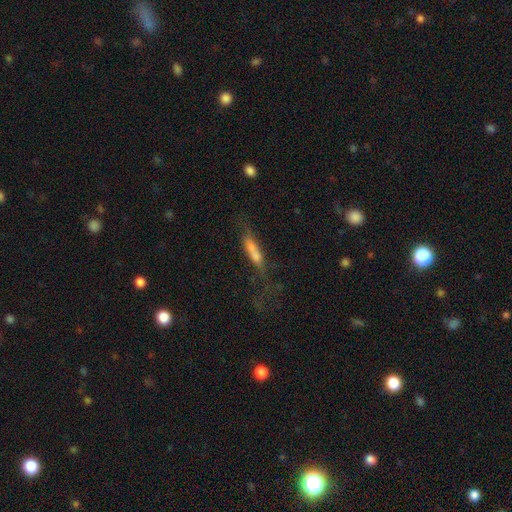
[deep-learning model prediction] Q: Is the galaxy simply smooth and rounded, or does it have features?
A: smooth — 53%.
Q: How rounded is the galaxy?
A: cigar-shaped — 74%.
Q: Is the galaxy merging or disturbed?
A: none — 34%.